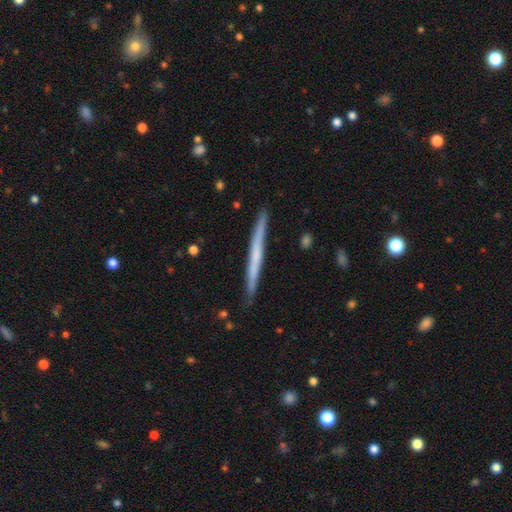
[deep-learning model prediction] smooth-or-featured: featured or disk: 52% | smooth: 43% | star or artifact: 6%
  disk-edge-on: yes: 97% | no: 3%
    edge-on-bulge: none: 81% | rounded: 14% | boxy: 5%
  merging: none: 89% | minor disturbance: 8% | merger: 1% | major disturbance: 1%